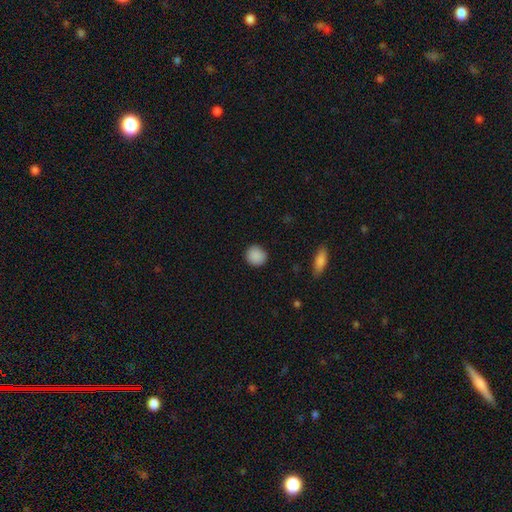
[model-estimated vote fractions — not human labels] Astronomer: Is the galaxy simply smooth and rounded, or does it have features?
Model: smooth — 89%.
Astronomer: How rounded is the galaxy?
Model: round — 89%.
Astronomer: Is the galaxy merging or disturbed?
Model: none — 90%.